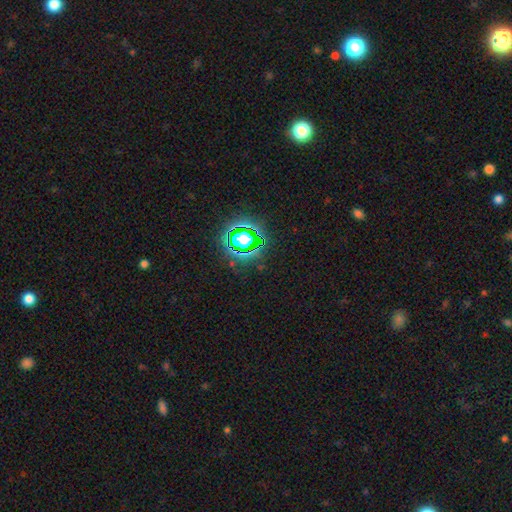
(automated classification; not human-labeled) Overall: star or artifact (79%).